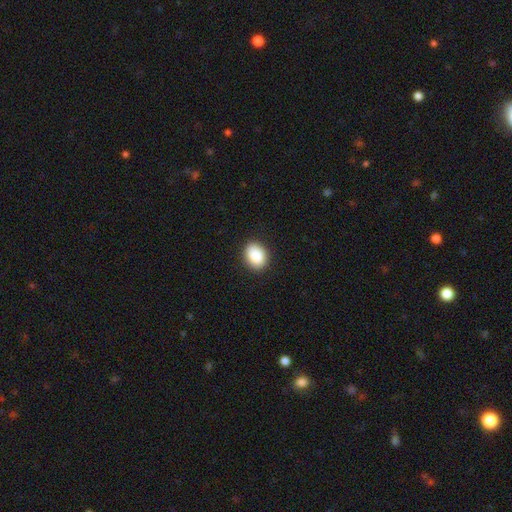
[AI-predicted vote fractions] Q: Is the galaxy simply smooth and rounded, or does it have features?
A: smooth — 89%.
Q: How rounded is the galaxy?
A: in between — 64%.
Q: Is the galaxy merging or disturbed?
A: none — 88%.